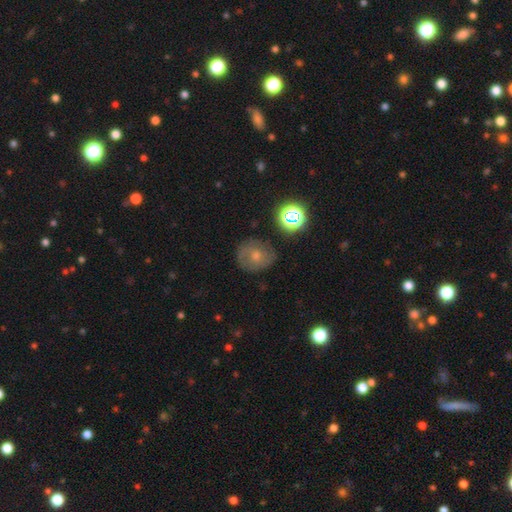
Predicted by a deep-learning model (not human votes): The model was most divided on "smooth or featured": smooth: 47%, featured or disk: 38%, star or artifact: 15%. More confident: merging — none (71%).